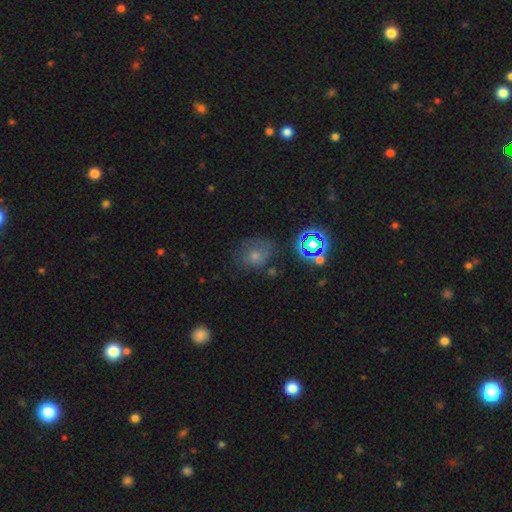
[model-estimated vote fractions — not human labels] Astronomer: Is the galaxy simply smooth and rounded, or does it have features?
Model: smooth — 48% (runner-up: star or artifact, 35%).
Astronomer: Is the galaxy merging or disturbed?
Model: none — 66%.